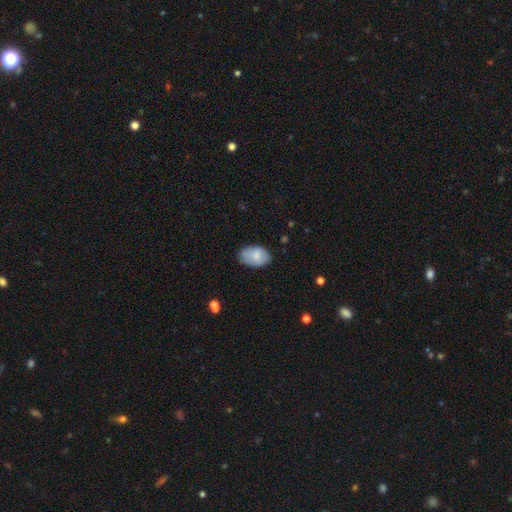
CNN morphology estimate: Smooth or featured? smooth (78%)
How rounded? in between (91%)
Merging? none (76%)